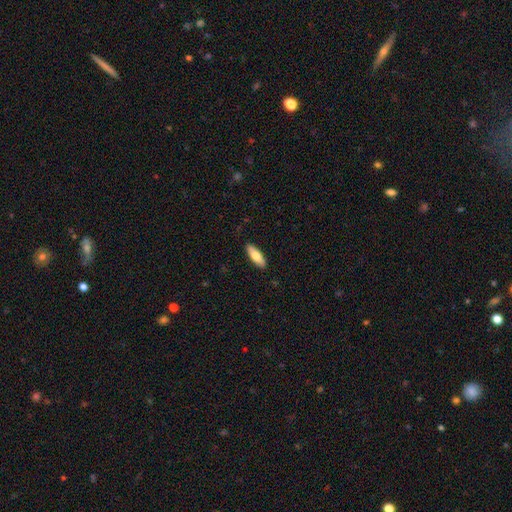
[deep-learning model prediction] Smooth or featured? Predicted: smooth (p=0.75). How rounded? Predicted: in between (p=0.57). Merging? Predicted: none (p=0.90).